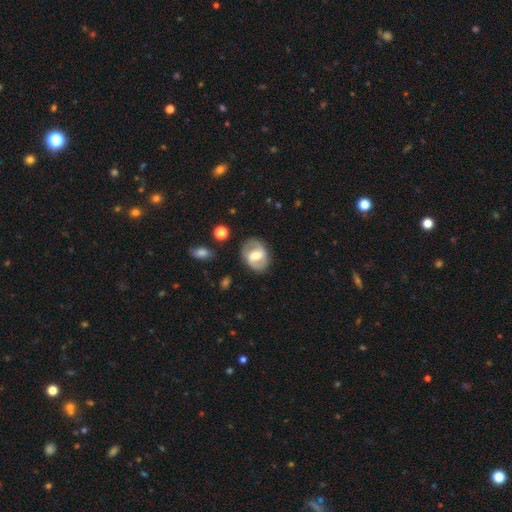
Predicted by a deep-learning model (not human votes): This appears to be a featured or disk galaxy (70%) with a weak bar (45%), 2 (87%) medium (48%) spiral arms (77%) and a moderate central bulge (65%). Merging: none (81%).